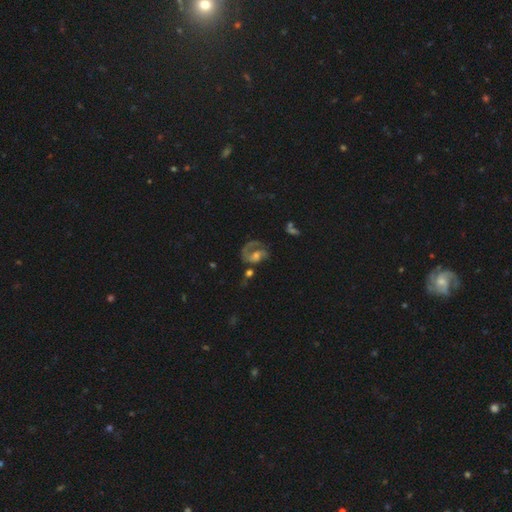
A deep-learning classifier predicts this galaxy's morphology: Smooth or featured: featured or disk — 76% (smooth — 14%)
Edge-on disk: no — 97% (yes — 3%)
Bar: no — 57% (weak — 34%)
Spiral arms: yes — 88% (no — 12%)
Spiral winding: medium — 45% (tight — 28%)
Spiral arm count: 1 — 59% (2 — 31%)
Bulge size: moderate — 47% (small — 31%)
Merging: none — 41% (major disturbance — 31%)